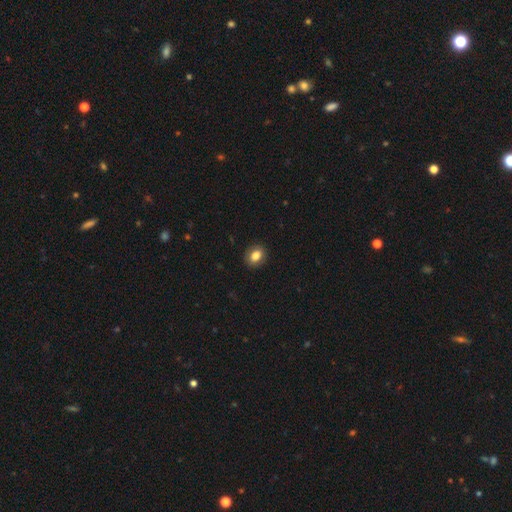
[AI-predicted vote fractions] smooth-or-featured: smooth: 83% | star or artifact: 9% | featured or disk: 8%
  how-rounded: round: 50% | in between: 49% | cigar-shaped: 1%
  merging: none: 89% | minor disturbance: 8% | major disturbance: 2% | merger: 1%